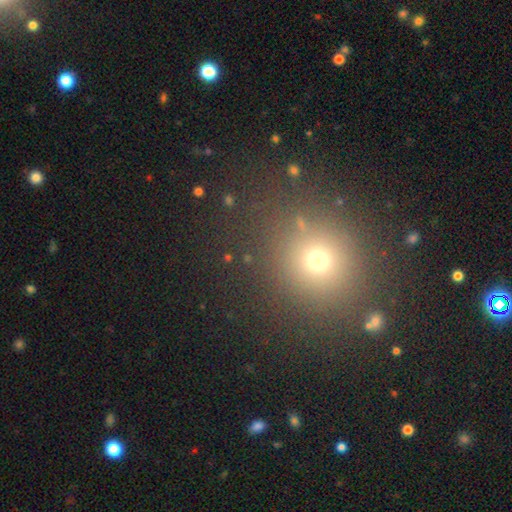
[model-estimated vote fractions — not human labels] Overall: smooth (57%; star or artifact 35%). How rounded: round (86%). Merging: none (87%).